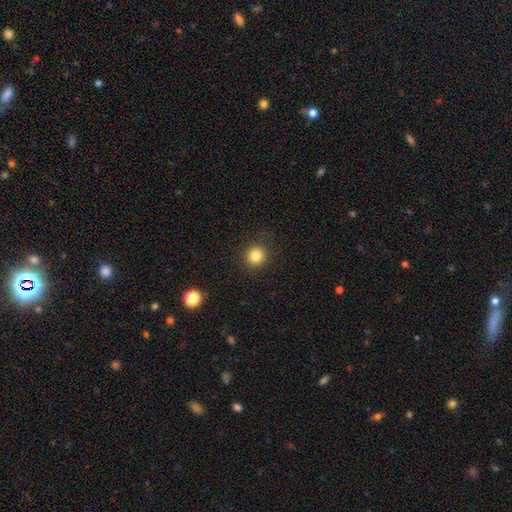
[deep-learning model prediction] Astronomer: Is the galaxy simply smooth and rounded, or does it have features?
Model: smooth — 83%.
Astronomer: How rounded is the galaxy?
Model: round — 92%.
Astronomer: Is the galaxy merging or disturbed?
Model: none — 90%.